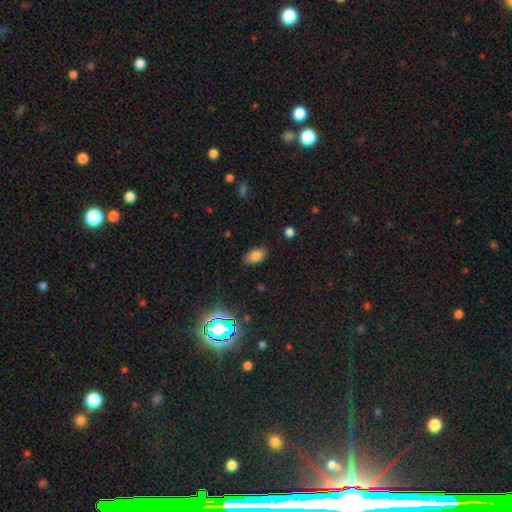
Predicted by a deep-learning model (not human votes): Morphology: type=smooth (81%); roundness=in between (92%); merging=none (84%).